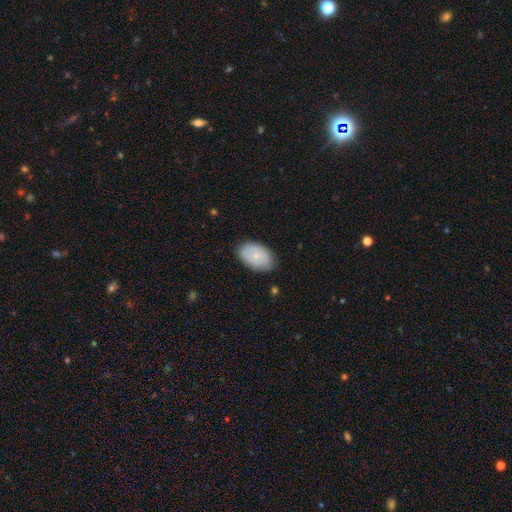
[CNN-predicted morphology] This is likely a smooth galaxy (69%). How rounded: clearly in between (90%). Merging: likely none (79%).